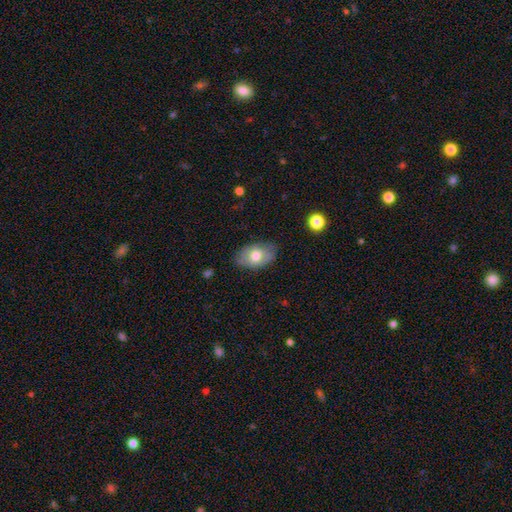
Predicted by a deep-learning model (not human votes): Smooth or featured? smooth (68%)
How rounded? in between (90%)
Merging? none (76%)